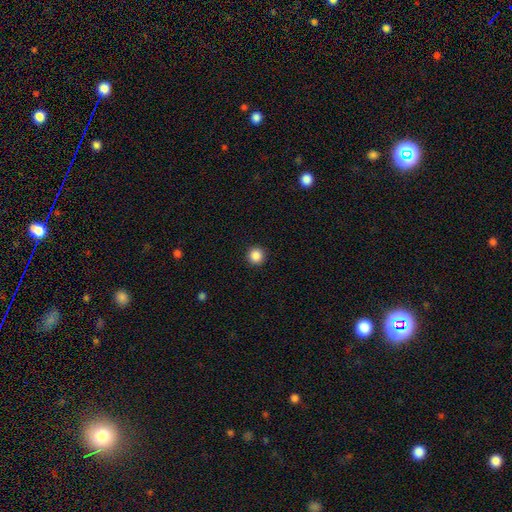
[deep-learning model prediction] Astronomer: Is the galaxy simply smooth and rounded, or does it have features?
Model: smooth — 88%.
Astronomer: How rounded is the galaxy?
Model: round — 95%.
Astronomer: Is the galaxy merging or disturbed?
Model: none — 93%.